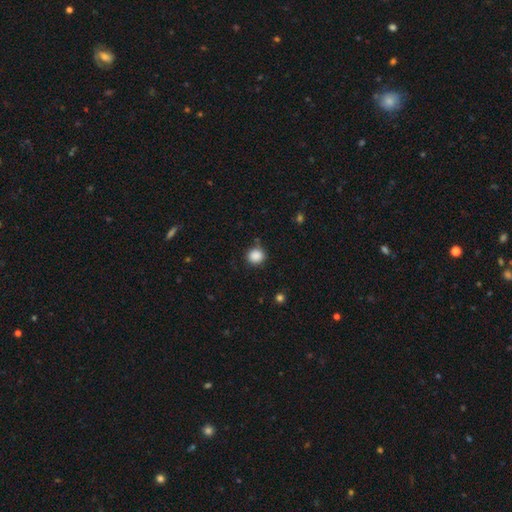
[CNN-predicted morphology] Smooth or featured? Predicted: smooth (p=0.87). How rounded? Predicted: round (p=0.86). Merging? Predicted: none (p=0.82).